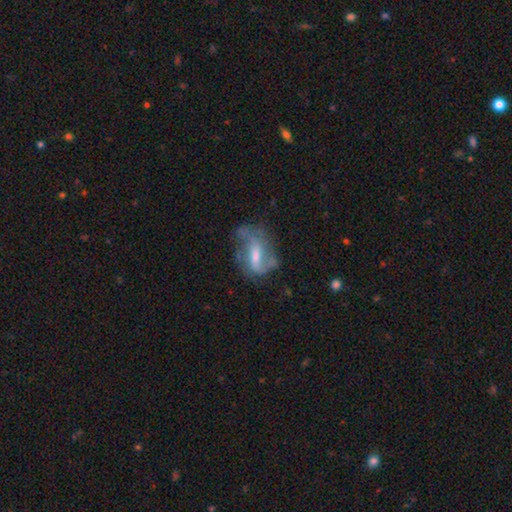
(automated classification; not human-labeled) A featured or disk galaxy (71%) with a weak bar (47%), 2 (56%) loose (48%) spiral arms (77%) and a moderate central bulge (47%). Merging: none (46%).